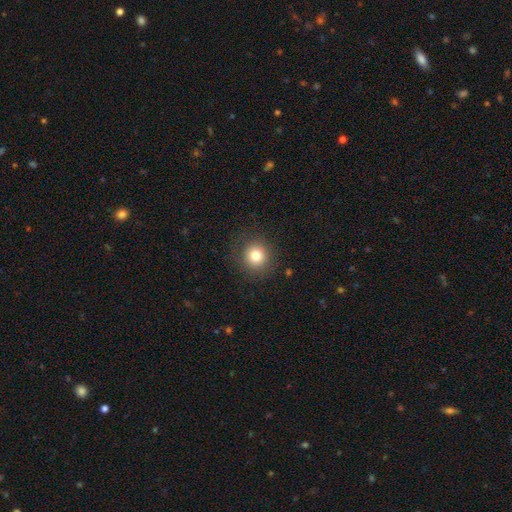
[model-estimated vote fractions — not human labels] smooth-or-featured: smooth: 80% | star or artifact: 12% | featured or disk: 8%
  how-rounded: round: 91% | in between: 8% | cigar-shaped: 1%
  merging: none: 87% | minor disturbance: 8% | major disturbance: 4% | merger: 1%